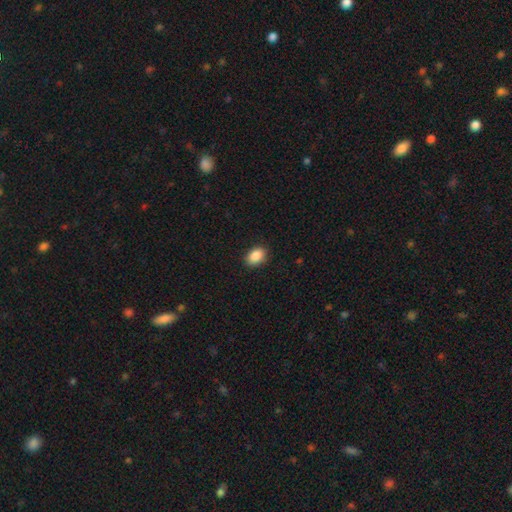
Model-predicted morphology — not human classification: This is clearly a smooth galaxy (89%). How rounded: clearly in between (81%). Merging: clearly none (89%).